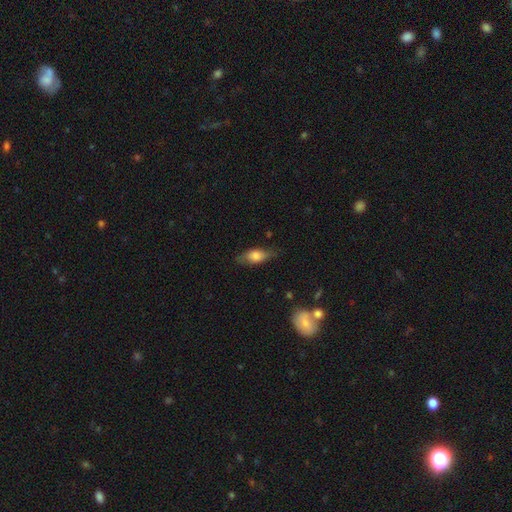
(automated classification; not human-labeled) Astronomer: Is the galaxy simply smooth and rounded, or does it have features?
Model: smooth — 66%.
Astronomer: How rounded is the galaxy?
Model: in between — 76%.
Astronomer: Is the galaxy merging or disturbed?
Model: none — 72%.